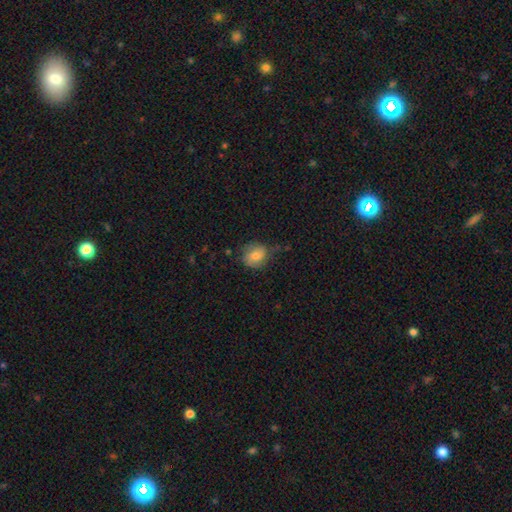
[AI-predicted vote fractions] Morphology: type=smooth (66%); roundness=round (57%); merging=none (56%).